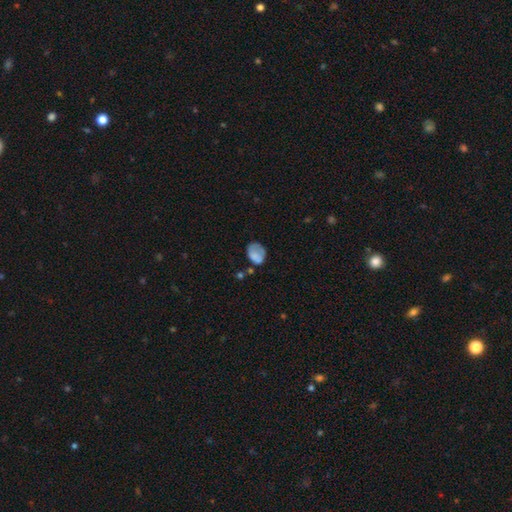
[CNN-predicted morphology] This appears to be a smooth galaxy with no disk features (72%) that is in between round and cigar-shaped (62%). Merging: none (45%).